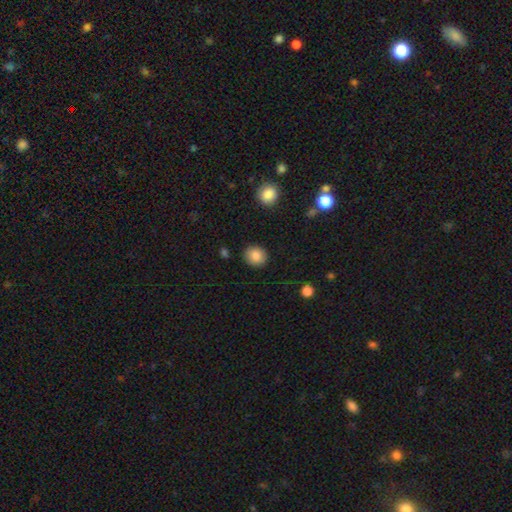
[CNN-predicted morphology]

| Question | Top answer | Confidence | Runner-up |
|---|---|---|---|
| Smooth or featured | smooth | 86% | star or artifact (8%) |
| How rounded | round | 79% | in between (20%) |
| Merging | none | 90% | minor disturbance (7%) |